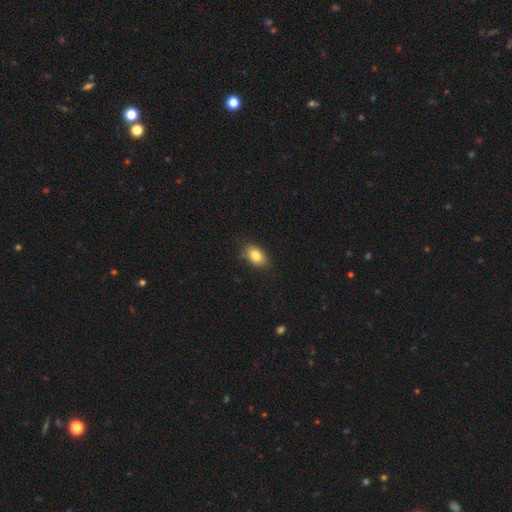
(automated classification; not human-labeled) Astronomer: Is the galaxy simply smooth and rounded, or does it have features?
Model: smooth — 82%.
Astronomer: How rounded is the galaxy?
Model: in between — 85%.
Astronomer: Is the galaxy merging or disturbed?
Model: none — 82%.